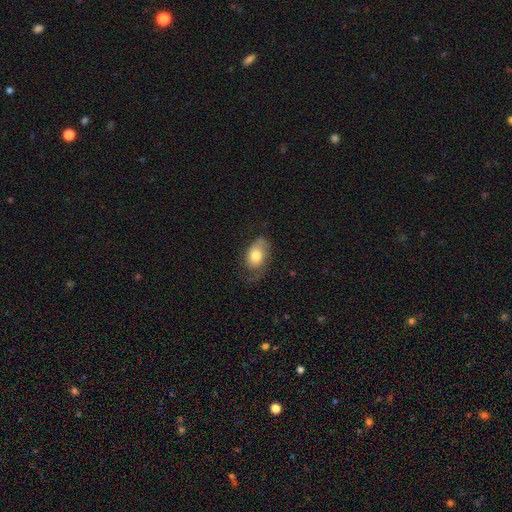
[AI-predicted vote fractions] A smooth galaxy with no disk features (69%) that is in between round and cigar-shaped (87%).

Vote fractions:
- Smooth or featured? smooth: 69% / featured or disk: 24% / star or artifact: 7%
- How rounded? in between: 87% / round: 12% / cigar-shaped: 2%
- Merging? none: 46% / minor disturbance: 32% / major disturbance: 20% / merger: 2%